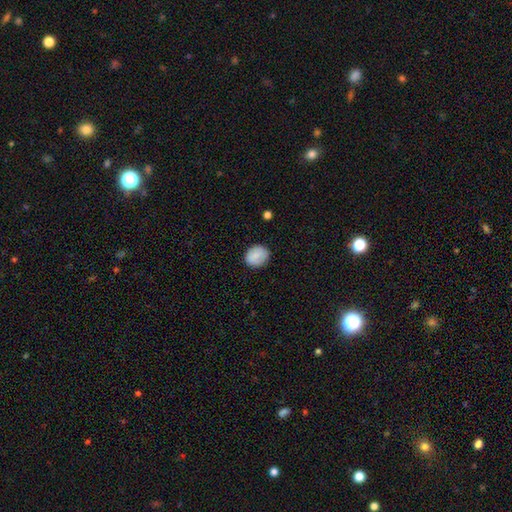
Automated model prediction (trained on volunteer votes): The model was most divided on "how rounded": round: 66%, in between: 33%, cigar-shaped: 1%. More confident: smooth or featured — smooth (86%); merging — none (85%).